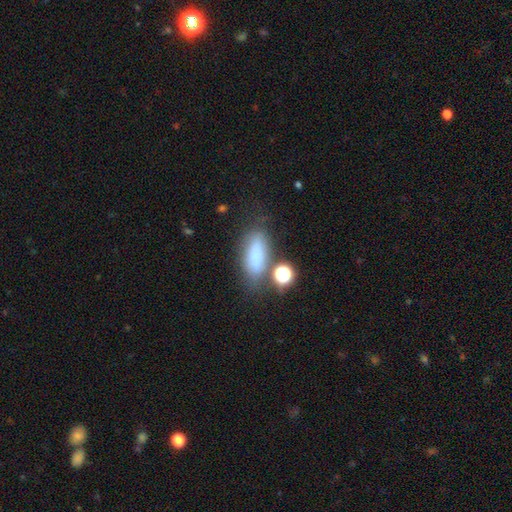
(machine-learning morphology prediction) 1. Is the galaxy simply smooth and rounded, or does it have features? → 76% smooth, 13% star or artifact, 11% featured or disk.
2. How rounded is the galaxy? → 69% in between, 25% cigar-shaped, 6% round.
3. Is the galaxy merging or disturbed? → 60% none, 18% minor disturbance, 12% merger, 9% major disturbance.